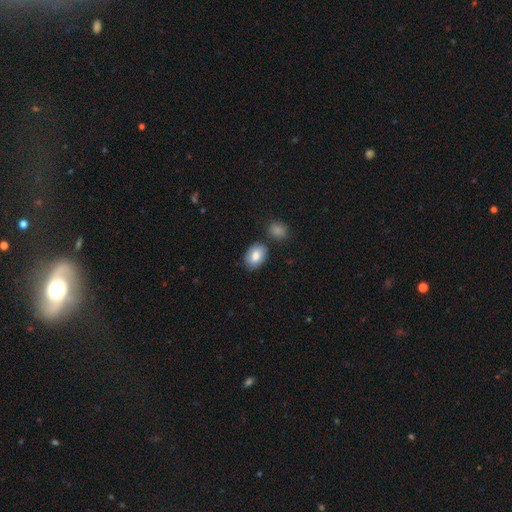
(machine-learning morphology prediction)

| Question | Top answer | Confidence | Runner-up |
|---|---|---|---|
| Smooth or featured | smooth | 78% | featured or disk (15%) |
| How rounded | in between | 82% | round (17%) |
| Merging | none | 74% | minor disturbance (15%) |